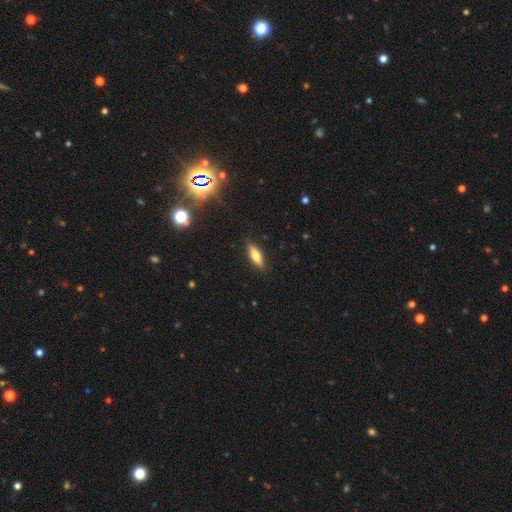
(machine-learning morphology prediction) Smooth or featured? Predicted: smooth (p=0.62). How rounded? Predicted: in between (p=0.61). Merging? Predicted: none (p=0.88).